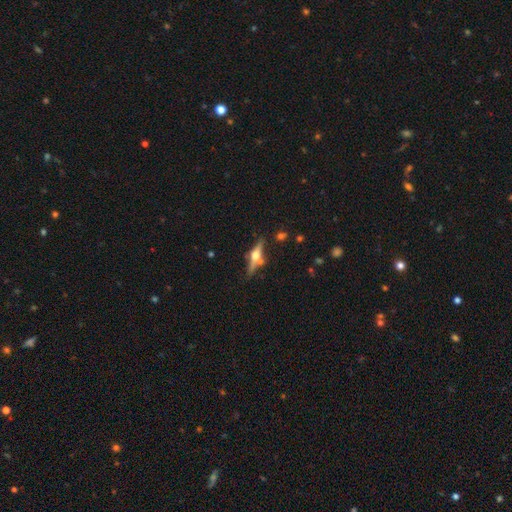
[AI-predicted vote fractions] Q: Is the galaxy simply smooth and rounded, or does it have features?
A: featured or disk — 72%.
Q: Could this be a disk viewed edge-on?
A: yes — 95%.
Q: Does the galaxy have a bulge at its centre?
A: rounded — 95%.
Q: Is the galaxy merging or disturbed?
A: none — 73%.